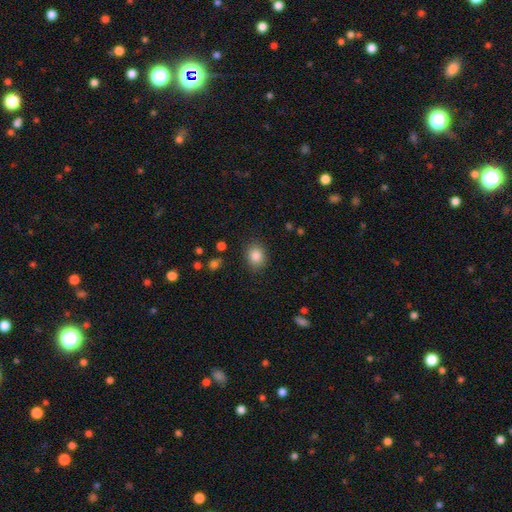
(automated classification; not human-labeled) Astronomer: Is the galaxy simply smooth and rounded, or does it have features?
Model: smooth — 86%.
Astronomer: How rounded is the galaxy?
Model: round — 50% (runner-up: in between, 49%).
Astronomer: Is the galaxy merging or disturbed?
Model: none — 86%.